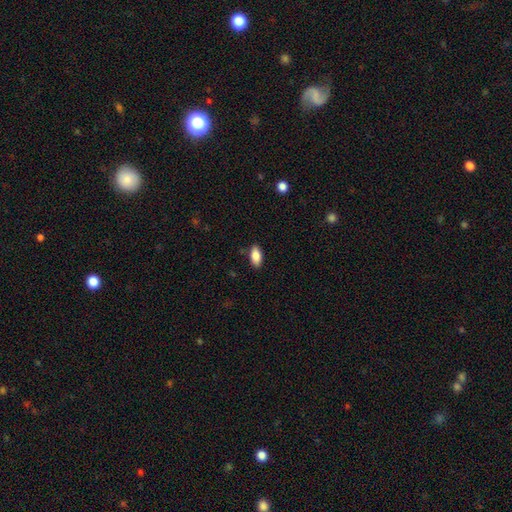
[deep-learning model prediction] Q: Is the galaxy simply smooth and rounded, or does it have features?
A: smooth — 84%.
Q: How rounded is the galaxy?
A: in between — 91%.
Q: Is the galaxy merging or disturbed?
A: none — 87%.